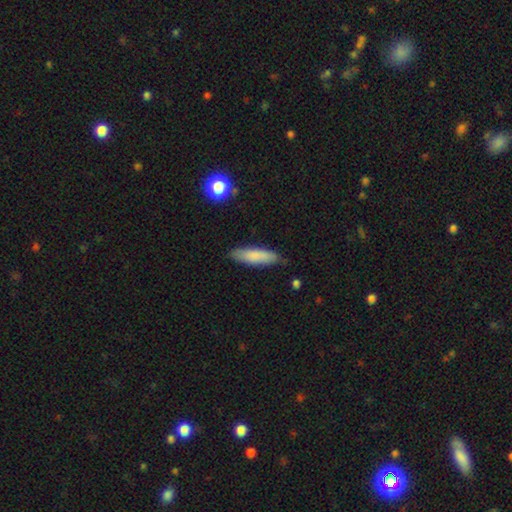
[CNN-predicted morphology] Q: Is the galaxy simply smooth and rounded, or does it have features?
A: smooth — 82%.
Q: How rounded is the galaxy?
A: cigar-shaped — 63%.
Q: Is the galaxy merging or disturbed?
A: none — 83%.